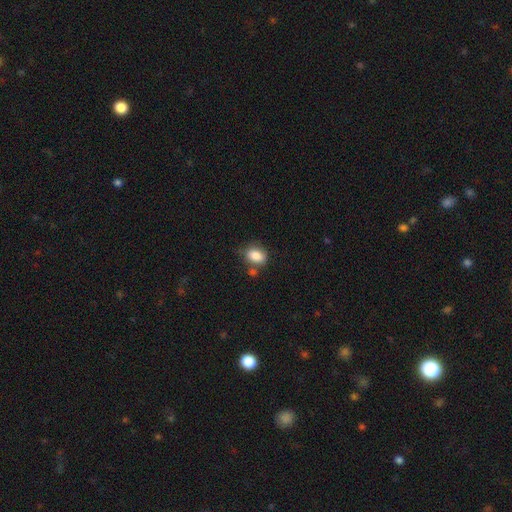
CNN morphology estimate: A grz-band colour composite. It shows a smooth galaxy with no disk features (84%) that is in between round and cigar-shaped (77%). Merging: none (59%).